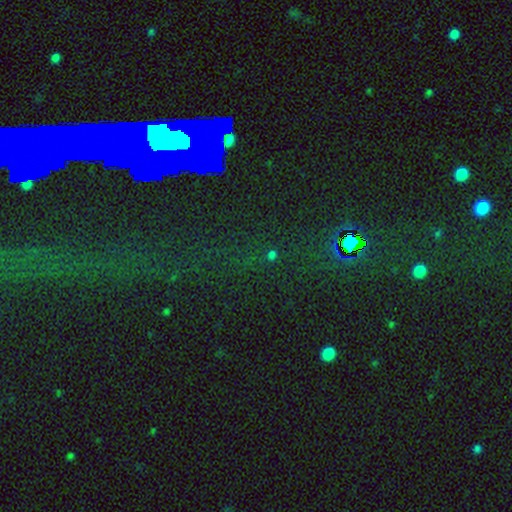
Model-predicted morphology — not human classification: Smooth or featured: star or artifact — 64% (featured or disk — 20%)